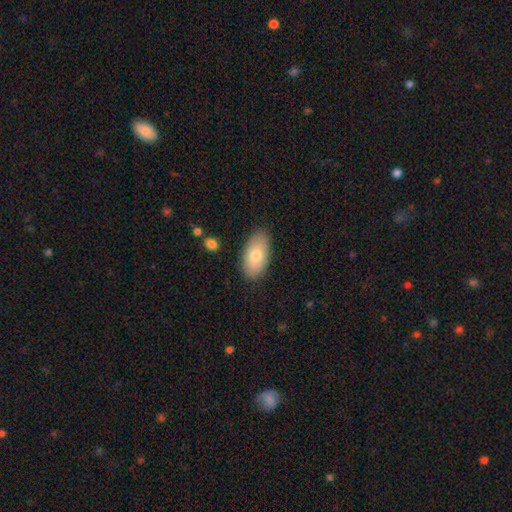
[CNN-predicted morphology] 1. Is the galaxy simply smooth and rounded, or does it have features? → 76% smooth, 18% featured or disk, 6% star or artifact.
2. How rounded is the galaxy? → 94% in between, 4% round, 2% cigar-shaped.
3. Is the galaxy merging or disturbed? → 85% none, 12% minor disturbance, 2% major disturbance, 1% merger.